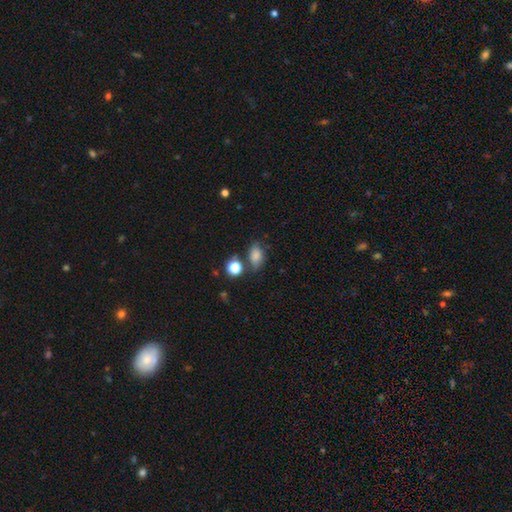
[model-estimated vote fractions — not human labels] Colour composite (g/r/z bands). It shows a smooth galaxy with no disk features (79%) that is in between round and cigar-shaped (80%). Merging: none (62%).